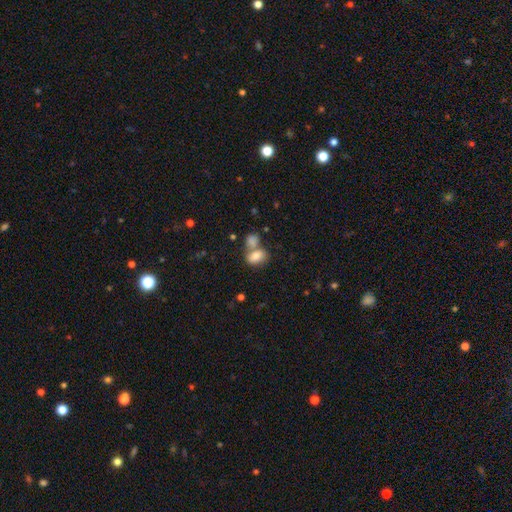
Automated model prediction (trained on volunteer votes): Smooth or featured?
  - smooth: 80% *
  - featured or disk: 11%
  - star or artifact: 9%
How rounded?
  - in between: 81% *
  - round: 18%
  - cigar-shaped: 2%
Merging?
  - merger: 46% *
  - none: 39%
  - minor disturbance: 11%
  - major disturbance: 4%